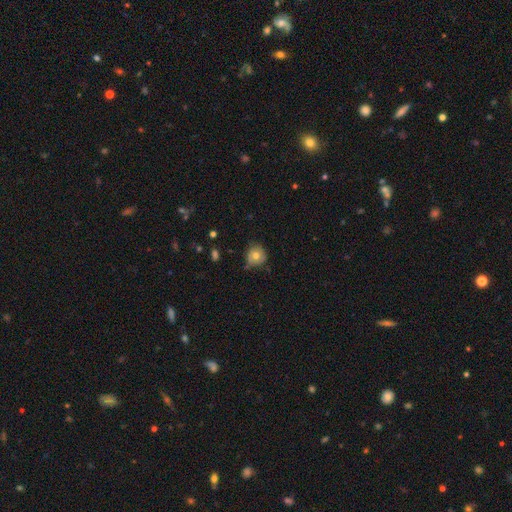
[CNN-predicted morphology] Smooth or featured: smooth — 68% (featured or disk — 23%)
How rounded: round — 89% (in between — 10%)
Merging: none — 65% (minor disturbance — 26%)